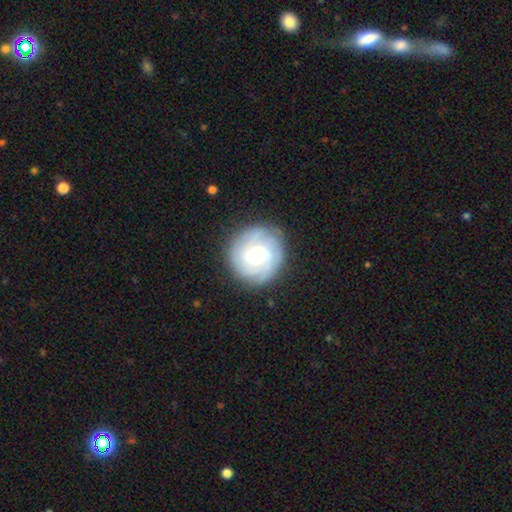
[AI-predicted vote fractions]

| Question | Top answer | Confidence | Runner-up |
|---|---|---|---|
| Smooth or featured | featured or disk | 77% | smooth (17%) |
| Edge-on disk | no | 98% | yes (2%) |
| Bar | no | 66% | weak (28%) |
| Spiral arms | yes | 95% | no (5%) |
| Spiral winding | tight | 72% | medium (23%) |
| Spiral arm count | can't tell | 31% | 3 (25%) |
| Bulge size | moderate | 61% | small (28%) |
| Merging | none | 85% | minor disturbance (10%) |